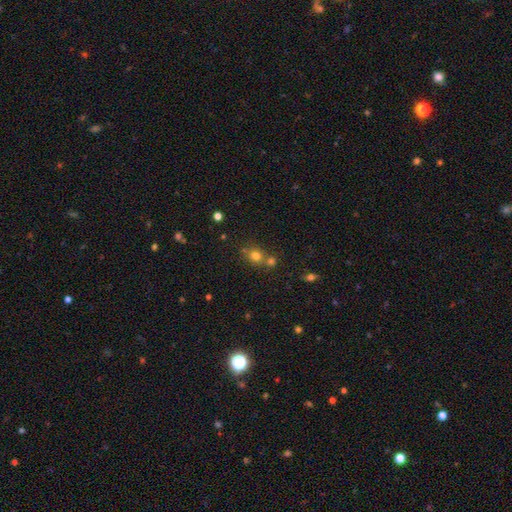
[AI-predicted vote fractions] Smooth or featured? Predicted: smooth (p=0.74). How rounded? Predicted: round (p=0.81). Merging? Predicted: none (p=0.56).